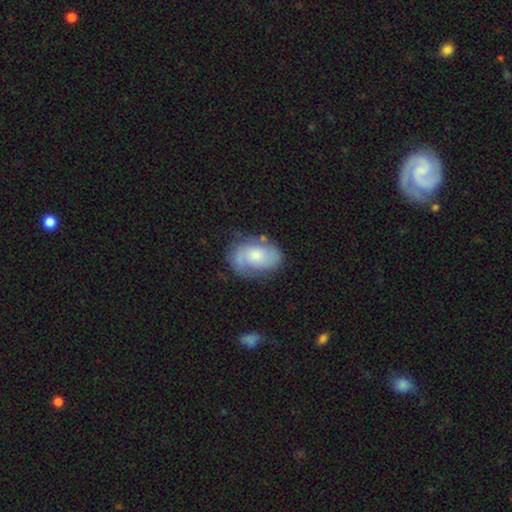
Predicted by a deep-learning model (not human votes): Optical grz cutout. It shows a featured or disk galaxy (54%) with no bar (75%), spiral arms (81%) and a moderate central bulge (47%). Merging: none (62%).